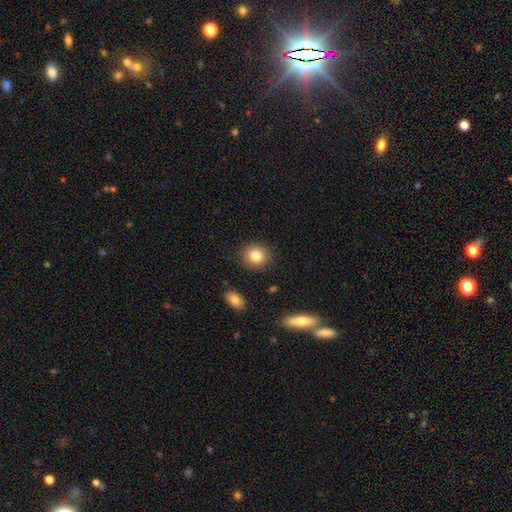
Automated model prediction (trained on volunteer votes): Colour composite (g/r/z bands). It shows a smooth galaxy with no disk features (84%) that is round (83%). Merging: none (89%).